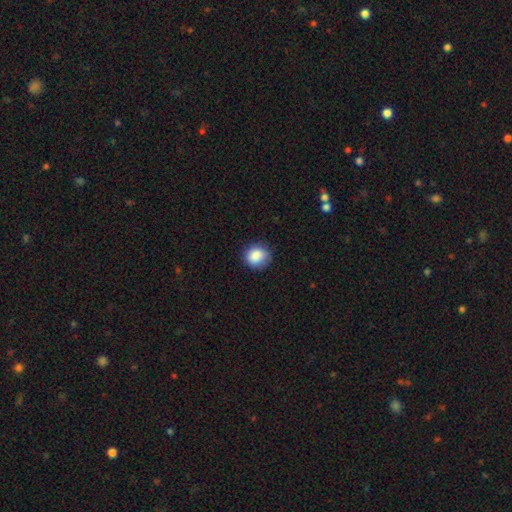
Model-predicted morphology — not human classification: type=smooth (87%); roundness=round (85%); merging=none (83%).